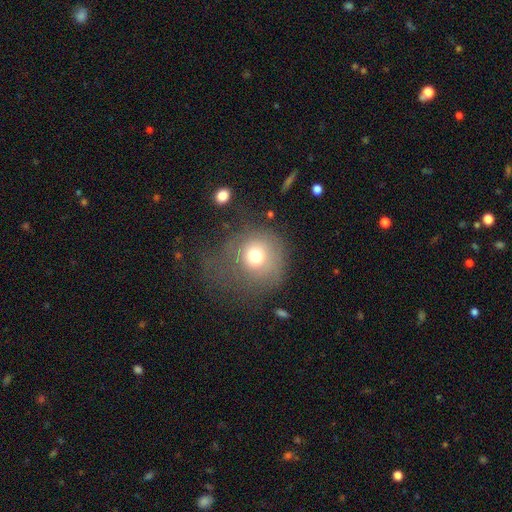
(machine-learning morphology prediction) Smooth or featured? Predicted: smooth (p=0.69). How rounded? Predicted: round (p=0.88). Merging? Predicted: none (p=0.48).